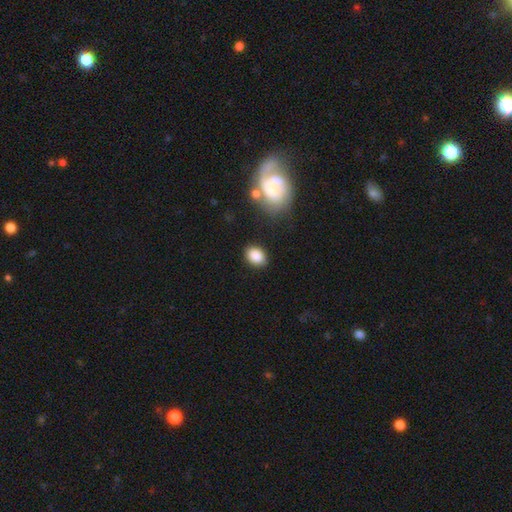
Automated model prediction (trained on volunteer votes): Smooth or featured: smooth — 88% (star or artifact — 8%)
How rounded: in between — 71% (round — 28%)
Merging: none — 84% (minor disturbance — 11%)